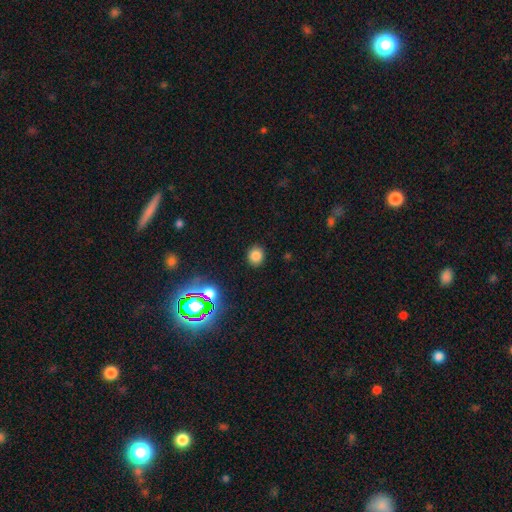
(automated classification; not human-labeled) Overall: smooth (79%). How rounded: round (75%). Merging: none (89%).